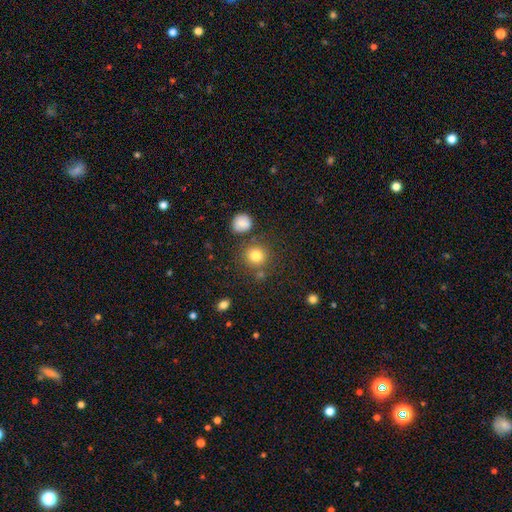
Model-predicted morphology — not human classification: Smooth or featured? smooth (81%)
How rounded? round (90%)
Merging? none (79%)